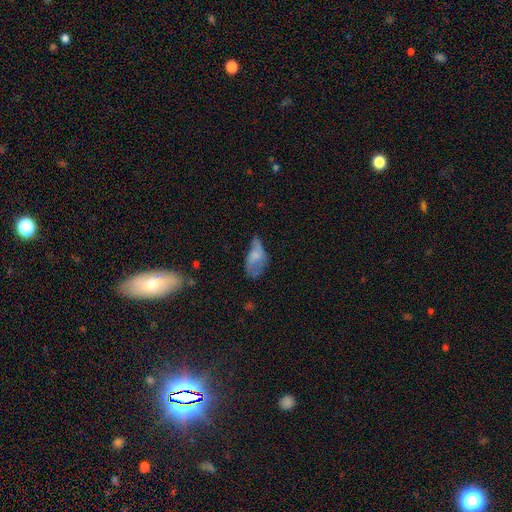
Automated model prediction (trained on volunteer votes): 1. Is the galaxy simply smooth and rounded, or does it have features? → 54% smooth, 37% featured or disk, 10% star or artifact.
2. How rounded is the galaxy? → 90% in between, 5% cigar-shaped, 5% round.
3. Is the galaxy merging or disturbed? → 34% major disturbance, 33% minor disturbance, 28% none, 5% merger.